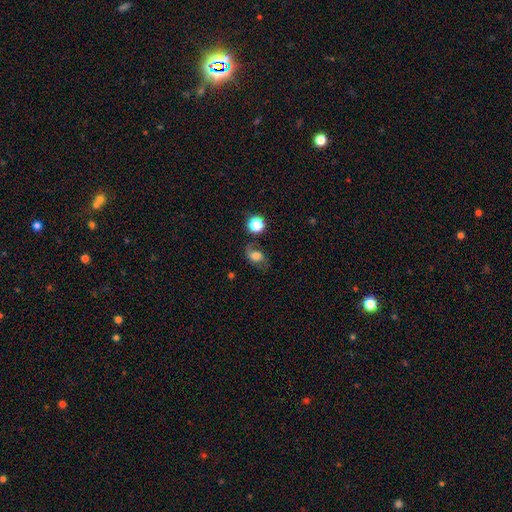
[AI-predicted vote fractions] Q: Smooth or featured?
A: smooth (51%); runner-up: featured or disk (36%)
Q: How rounded?
A: in between (69%); runner-up: round (29%)
Q: Merging?
A: none (58%); runner-up: minor disturbance (24%)